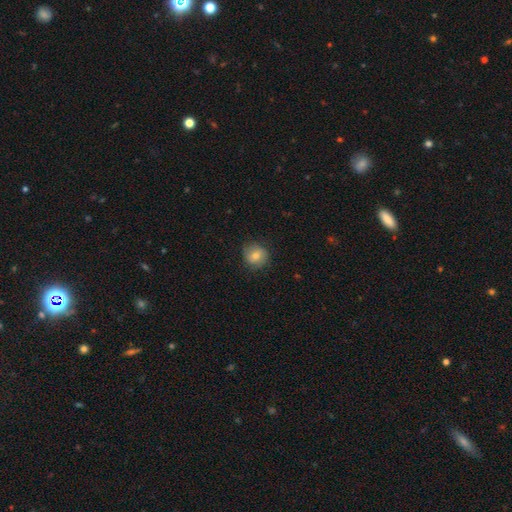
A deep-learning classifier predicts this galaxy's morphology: The model was most divided on "smooth or featured": smooth: 74%, featured or disk: 17%, star or artifact: 9%. More confident: how rounded — round (86%); merging — none (81%).